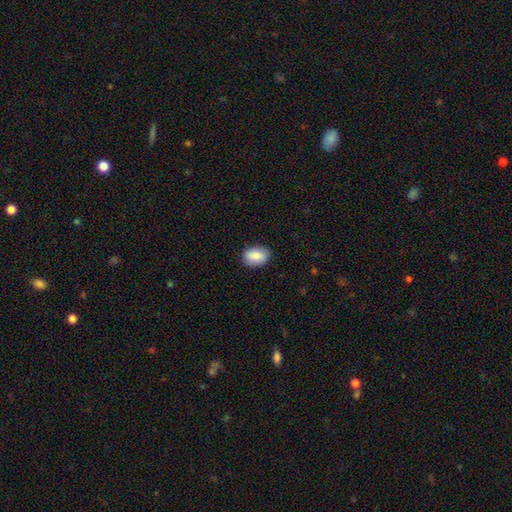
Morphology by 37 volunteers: Volunteers were most divided on "smooth or featured": smooth: 84%, featured or disk: 16%, star or artifact: 0%. More confident: merging — none (92%); how rounded — in between (84%).